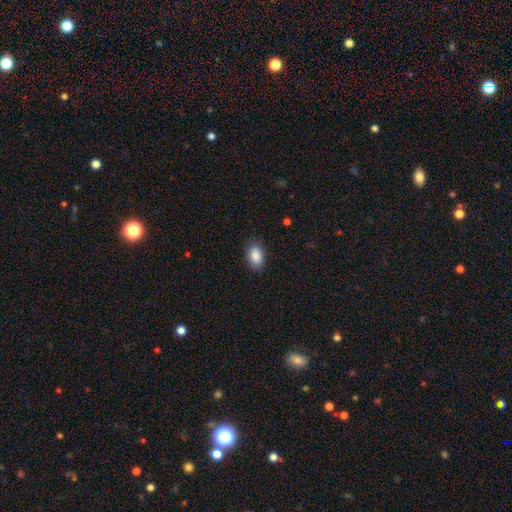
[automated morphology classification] The model was most divided on "merging": none: 86%, minor disturbance: 11%, major disturbance: 3%, merger: 1%. More confident: how rounded — in between (92%); smooth or featured — smooth (89%).